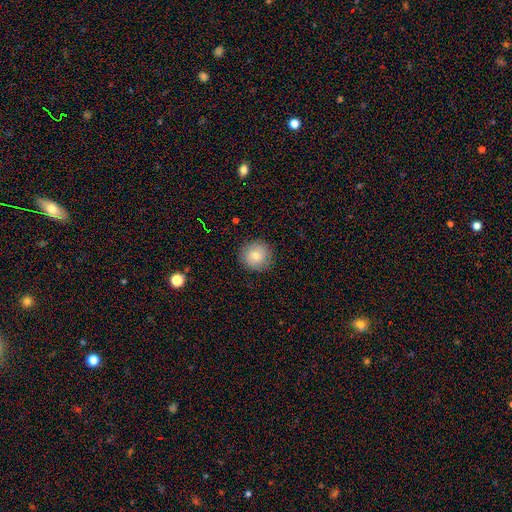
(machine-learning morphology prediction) This appears to be a smooth galaxy with no disk features (76%) that is round (93%). Merging: none (88%).